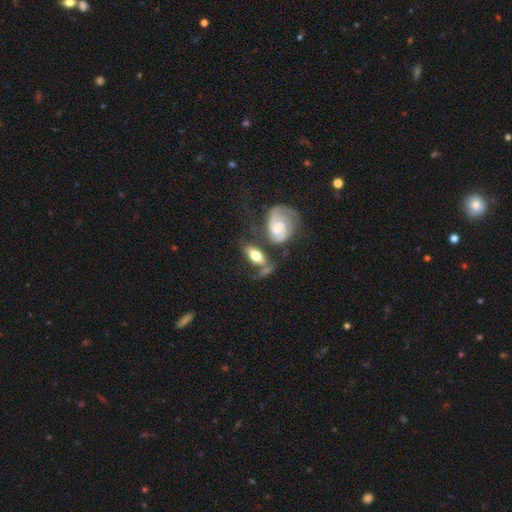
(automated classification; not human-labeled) A smooth galaxy with no disk features (52%) that is in between round and cigar-shaped (83%).

Vote fractions:
- Smooth or featured? smooth: 52% / featured or disk: 41% / star or artifact: 7%
- How rounded? in between: 83% / cigar-shaped: 11% / round: 6%
- Merging? none: 42% / merger: 26% / minor disturbance: 19% / major disturbance: 14%